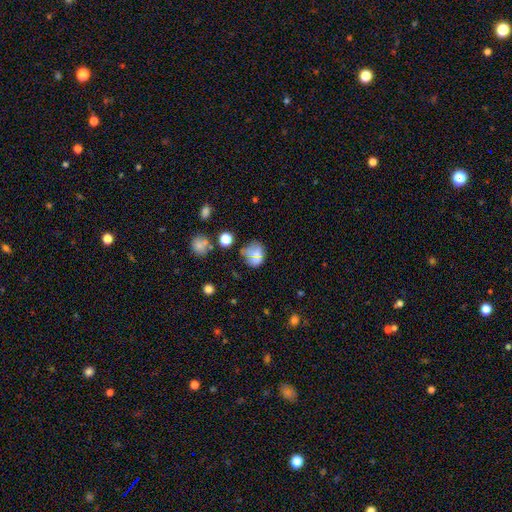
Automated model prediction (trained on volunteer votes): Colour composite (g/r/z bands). It shows a smooth galaxy with no disk features (65%) that is round (66%). Merging: none (49%).